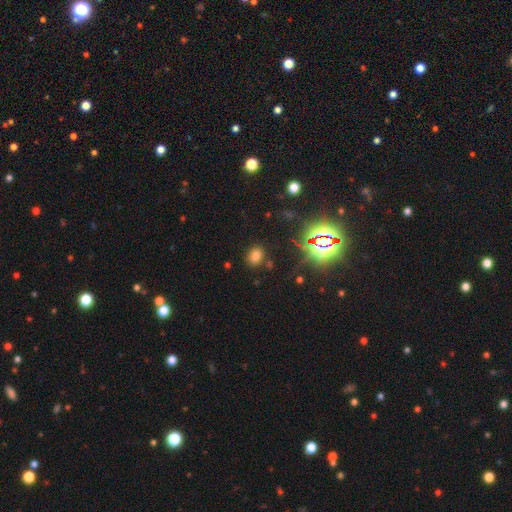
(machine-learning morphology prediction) smooth-or-featured: smooth: 66% | star or artifact: 27% | featured or disk: 7%
  how-rounded: in between: 60% | round: 39% | cigar-shaped: 1%
  merging: none: 83% | minor disturbance: 10% | major disturbance: 4% | merger: 3%